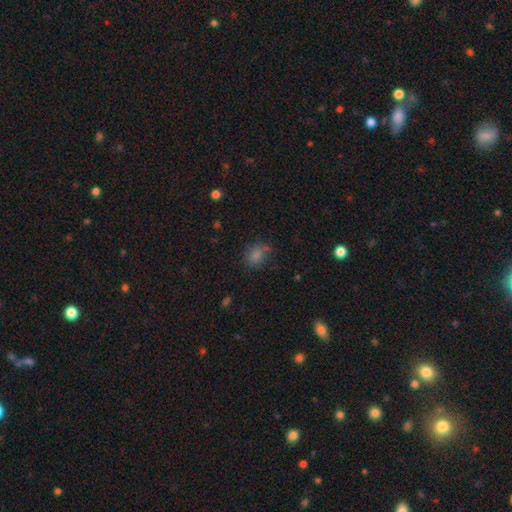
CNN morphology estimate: A smooth galaxy with no disk features (73%) that is in between round and cigar-shaped (59%).

Vote fractions:
- Smooth or featured? smooth: 73% / star or artifact: 20% / featured or disk: 7%
- How rounded? in between: 59% / round: 39% / cigar-shaped: 2%
- Merging? none: 69% / minor disturbance: 20% / major disturbance: 7% / merger: 5%